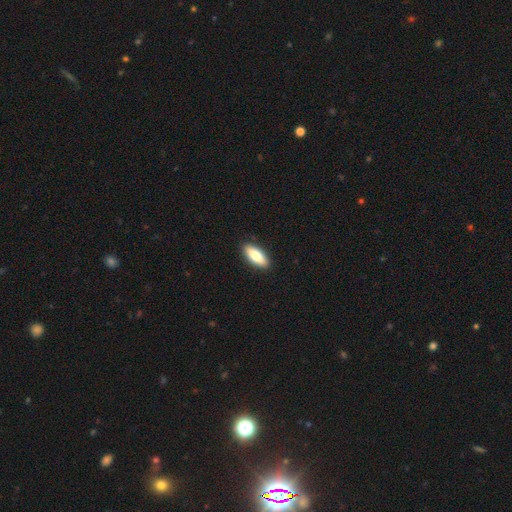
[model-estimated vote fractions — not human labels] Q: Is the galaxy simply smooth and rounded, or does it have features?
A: smooth — 79%.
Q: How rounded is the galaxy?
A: in between — 76%.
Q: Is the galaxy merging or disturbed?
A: none — 90%.